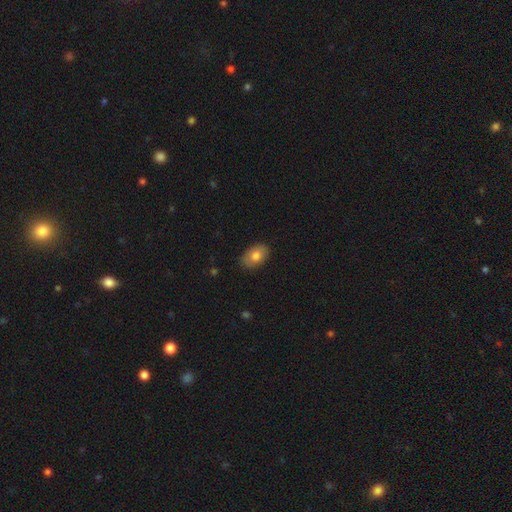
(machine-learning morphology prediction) Q: Smooth or featured?
A: smooth (79%); runner-up: featured or disk (13%)
Q: How rounded?
A: in between (86%); runner-up: round (13%)
Q: Merging?
A: none (83%); runner-up: minor disturbance (14%)